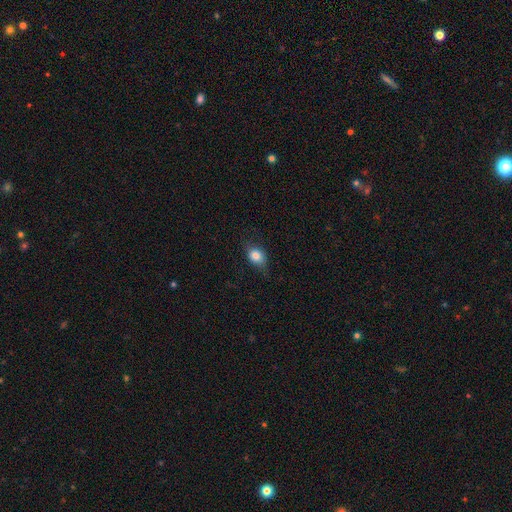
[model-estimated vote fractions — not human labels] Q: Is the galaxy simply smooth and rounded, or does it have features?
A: smooth — 79%.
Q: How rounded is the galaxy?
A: in between — 59%.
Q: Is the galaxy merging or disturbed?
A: none — 69%.